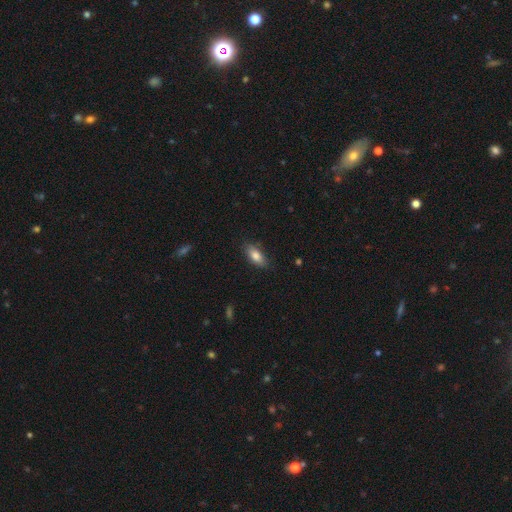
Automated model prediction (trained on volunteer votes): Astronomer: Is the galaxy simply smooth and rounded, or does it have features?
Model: smooth — 82%.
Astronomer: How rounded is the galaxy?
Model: in between — 84%.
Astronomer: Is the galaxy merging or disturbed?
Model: none — 83%.